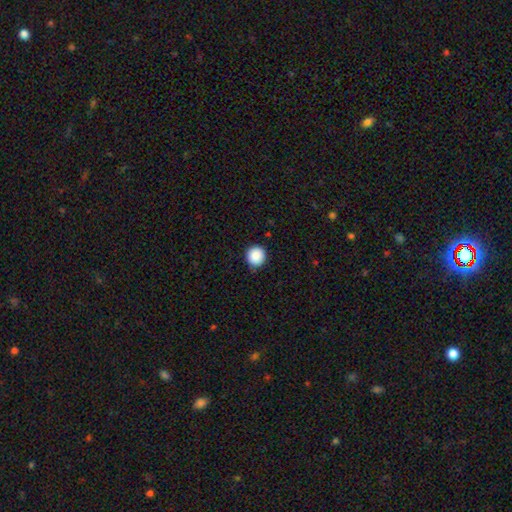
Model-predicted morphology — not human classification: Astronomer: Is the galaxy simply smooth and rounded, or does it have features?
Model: smooth — 89%.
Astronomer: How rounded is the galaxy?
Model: round — 93%.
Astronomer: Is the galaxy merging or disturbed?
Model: none — 88%.